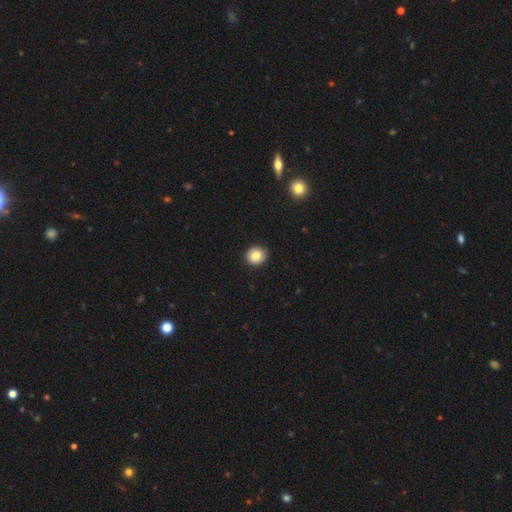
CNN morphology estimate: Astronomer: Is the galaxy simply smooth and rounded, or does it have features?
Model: smooth — 82%.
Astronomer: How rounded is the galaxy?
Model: round — 91%.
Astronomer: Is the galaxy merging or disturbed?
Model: none — 93%.